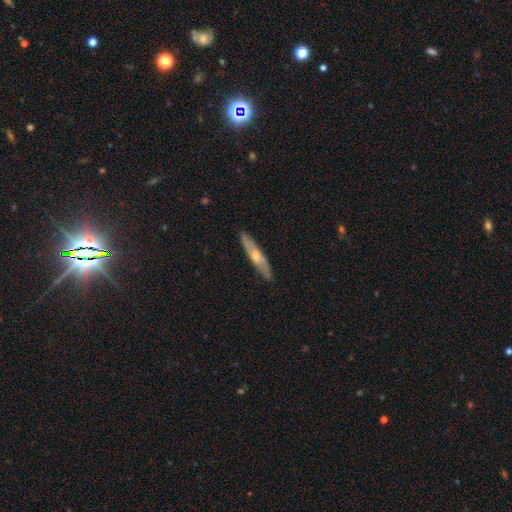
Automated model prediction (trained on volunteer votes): This appears to be a featured or disk galaxy (57%) viewed edge-on (78%). Merging: none (87%).